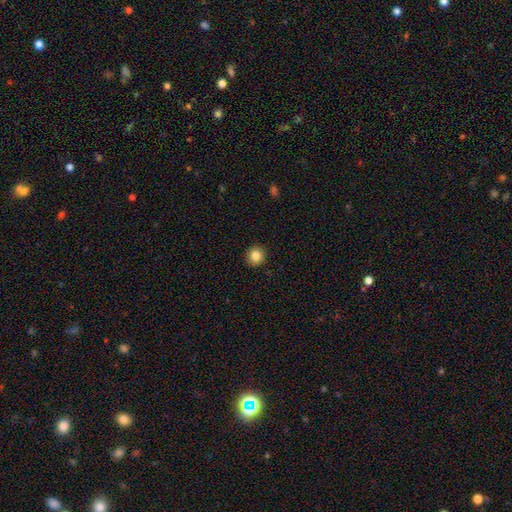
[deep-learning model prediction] This appears to be a smooth galaxy with no disk features (84%) that is round (91%). Merging: none (93%).